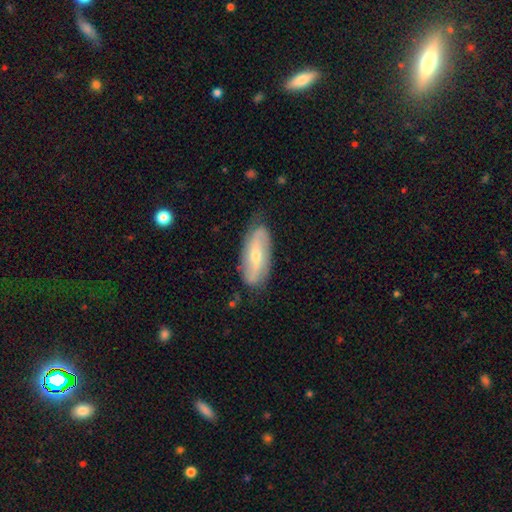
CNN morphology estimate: A featured or disk galaxy (71%) with a weak bar (37%), 2 (83%) loose (45%) spiral arms (87%) and a small central bulge (52%).

Vote fractions:
- Smooth or featured? featured or disk: 71% / smooth: 23% / star or artifact: 6%
- Edge-on disk? no: 87% / yes: 13%
- Bar? weak: 37% / no: 32% / strong: 31%
- Spiral arms? yes: 87% / no: 13%
- Spiral winding? loose: 45% / medium: 34% / tight: 22%
- Spiral arm count? 2: 83% / can't tell: 11% / 1: 2% / 3: 2% / 4: 1% / more than 4: 1%
- Bulge size? small: 52% / moderate: 44% / large: 2% / none: 1% / dominant: 1%
- Merging? none: 78% / minor disturbance: 17% / major disturbance: 4% / merger: 1%